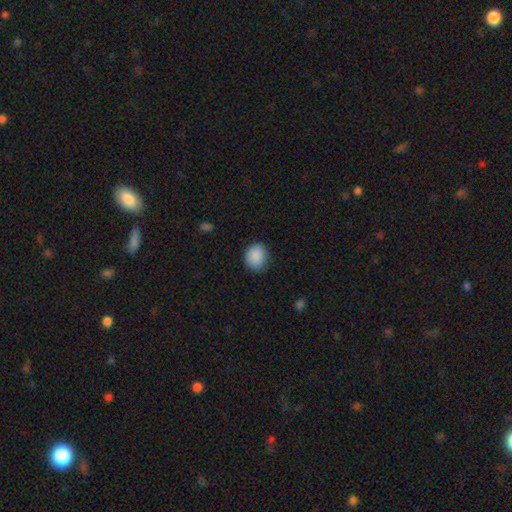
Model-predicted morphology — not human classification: The model was most divided on "how rounded": round: 62%, in between: 38%, cigar-shaped: 1%. More confident: smooth or featured — smooth (89%); merging — none (82%).